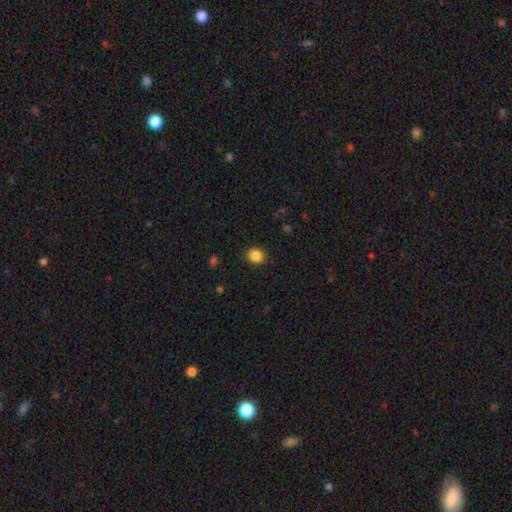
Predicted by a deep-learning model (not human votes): Morphology: type=smooth (86%); roundness=round (78%); merging=none (87%).